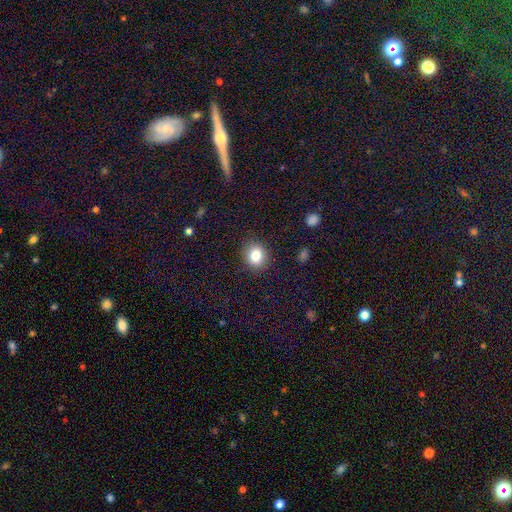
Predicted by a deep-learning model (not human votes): Smooth or featured: smooth — 82% (star or artifact — 11%)
How rounded: round — 71% (in between — 28%)
Merging: none — 89% (minor disturbance — 7%)